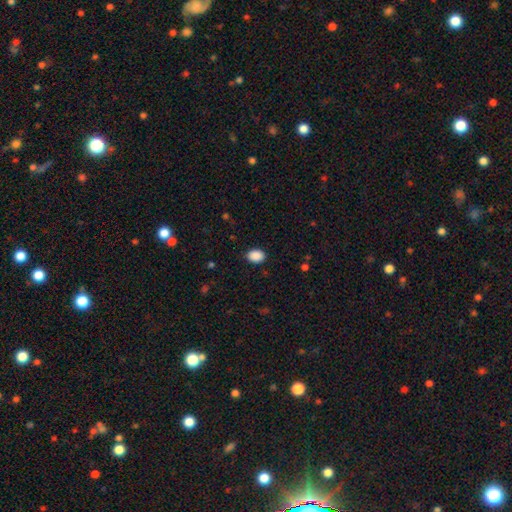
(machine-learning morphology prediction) The model was most divided on "how rounded": in between: 72%, round: 27%, cigar-shaped: 1%. More confident: smooth or featured — smooth (90%); merging — none (88%).